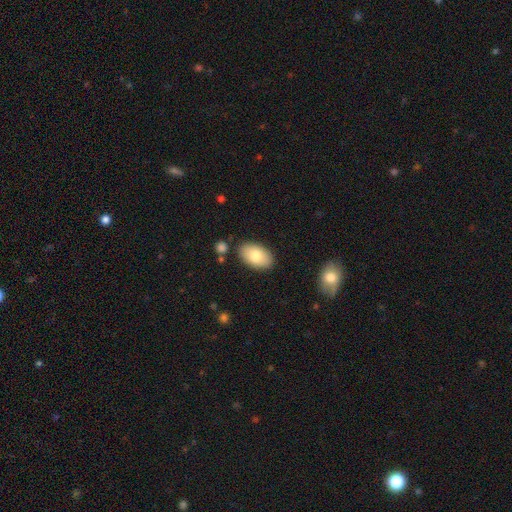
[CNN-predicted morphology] A smooth galaxy with no disk features (81%) that is in between round and cigar-shaped (94%). Merging: none (85%).